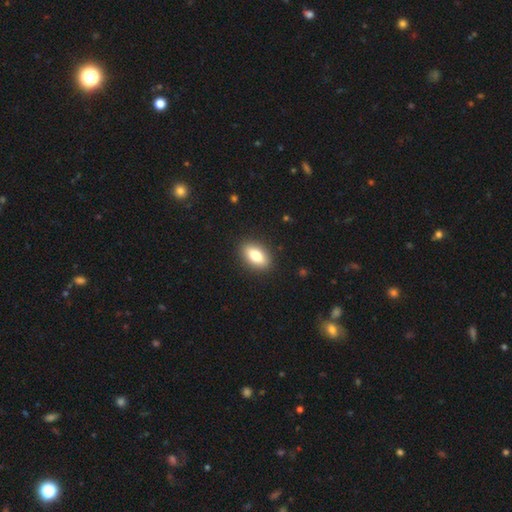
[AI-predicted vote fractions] smooth 77%, featured or disk 16%, star or artifact 7%. Down the decision tree: how rounded — in between (87%); merging — none (90%).